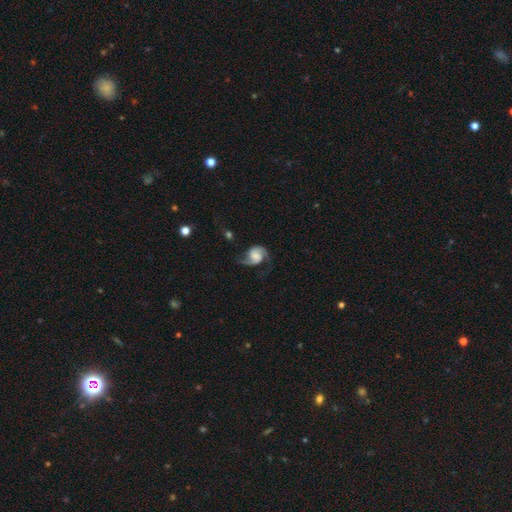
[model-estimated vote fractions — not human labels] Smooth or featured? featured or disk (86%)
Edge-on disk? no (98%)
Bar? no (51%)
Spiral arms? yes (97%)
Spiral winding? medium (49%)
Spiral arm count? 2 (90%)
Bulge size? none (33%)
Merging? none (66%)